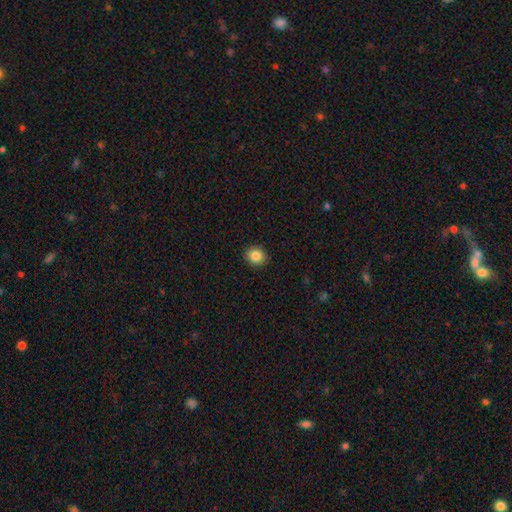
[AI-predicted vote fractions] Q: Smooth or featured?
A: smooth (85%); runner-up: star or artifact (9%)
Q: How rounded?
A: round (74%); runner-up: in between (25%)
Q: Merging?
A: none (92%); runner-up: minor disturbance (6%)